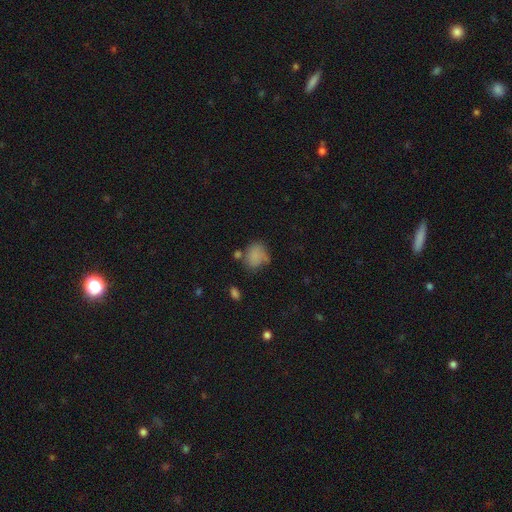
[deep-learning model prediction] smooth-or-featured: smooth: 79% | star or artifact: 11% | featured or disk: 10%
  how-rounded: in between: 51% | round: 48% | cigar-shaped: 1%
  merging: none: 47% | minor disturbance: 27% | major disturbance: 14% | merger: 11%